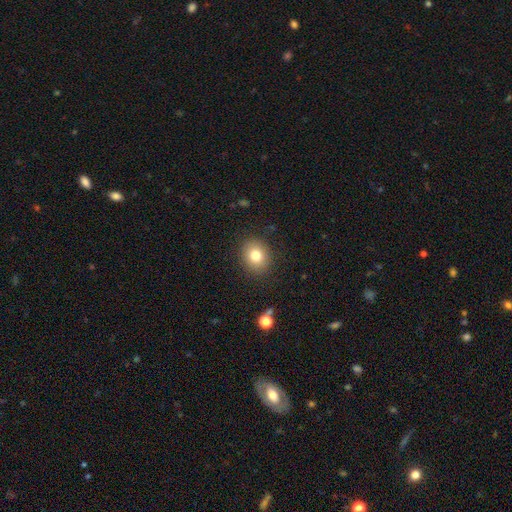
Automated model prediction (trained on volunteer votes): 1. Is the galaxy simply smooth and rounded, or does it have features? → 80% smooth, 11% star or artifact, 10% featured or disk.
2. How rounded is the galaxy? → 68% round, 31% in between, 1% cigar-shaped.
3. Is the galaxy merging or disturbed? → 88% none, 8% minor disturbance, 3% major disturbance, 1% merger.